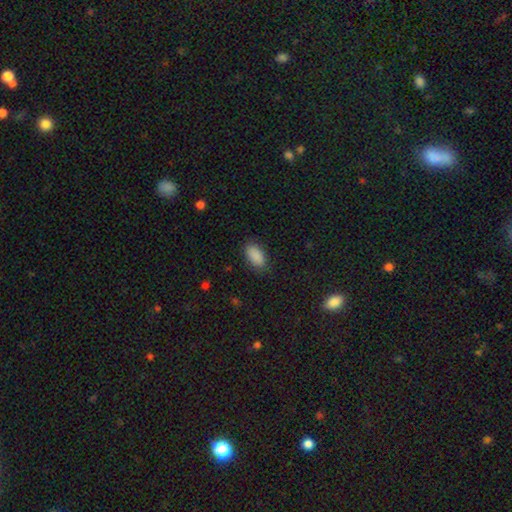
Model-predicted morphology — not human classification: A smooth galaxy with no disk features (89%) that is in between round and cigar-shaped (92%). Merging: none (84%).